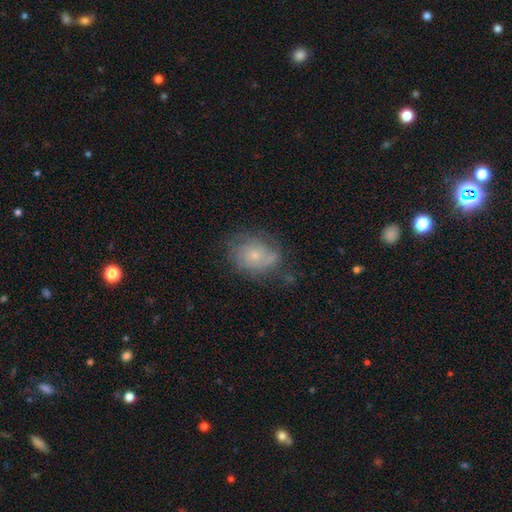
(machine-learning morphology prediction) Smooth or featured: featured or disk — 56% (smooth — 34%)
Edge-on disk: no — 97% (yes — 3%)
Bar: no — 82% (weak — 16%)
Spiral arms: yes — 78% (no — 22%)
Bulge size: small — 68% (moderate — 26%)
Merging: none — 62% (minor disturbance — 24%)